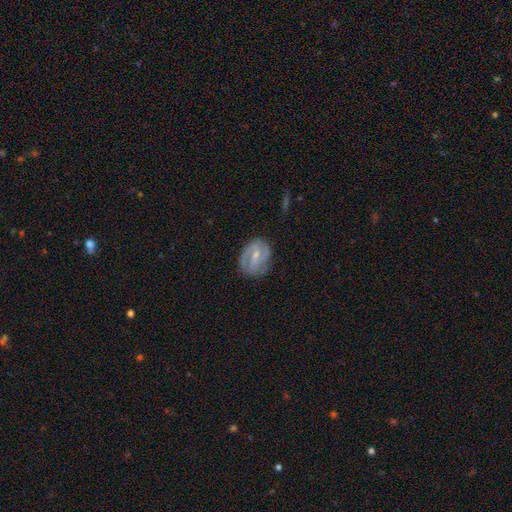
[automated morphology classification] Smooth or featured?
  - featured or disk: 72% *
  - smooth: 22%
  - star or artifact: 6%
Edge-on disk?
  - no: 97% *
  - yes: 3%
Bar?
  - weak: 48% *
  - strong: 26%
  - no: 26%
Spiral arms?
  - yes: 86% *
  - no: 14%
Spiral winding?
  - medium: 44% *
  - tight: 37%
  - loose: 20%
Spiral arm count?
  - 2: 65% *
  - can't tell: 17%
  - 3: 9%
  - 1: 5%
  - 4: 2%
  - more than 4: 2%
Bulge size?
  - small: 57% *
  - moderate: 37%
  - none: 4%
  - large: 1%
  - dominant: 1%
Merging?
  - none: 72% *
  - minor disturbance: 19%
  - major disturbance: 7%
  - merger: 1%